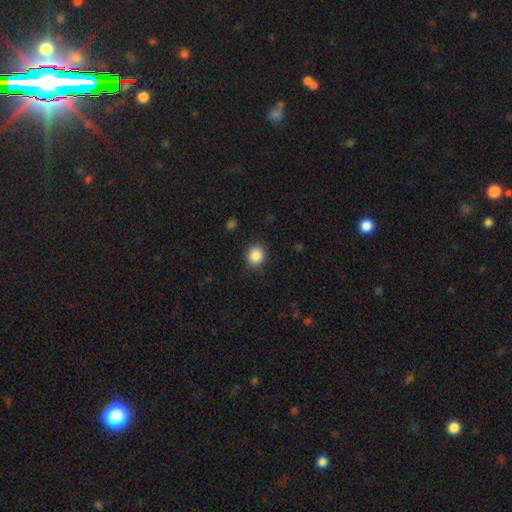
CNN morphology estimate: smooth_or_featured: smooth (p=0.88) [alt: star or artifact p=0.09]
how_rounded: round (p=0.79) [alt: in between p=0.20]
merging: none (p=0.89) [alt: minor disturbance p=0.08]